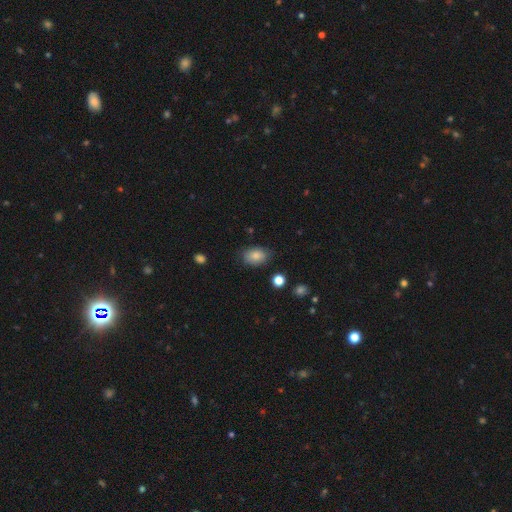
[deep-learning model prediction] This appears to be a smooth galaxy with no disk features (84%) that is in between round and cigar-shaped (83%). Merging: none (79%).